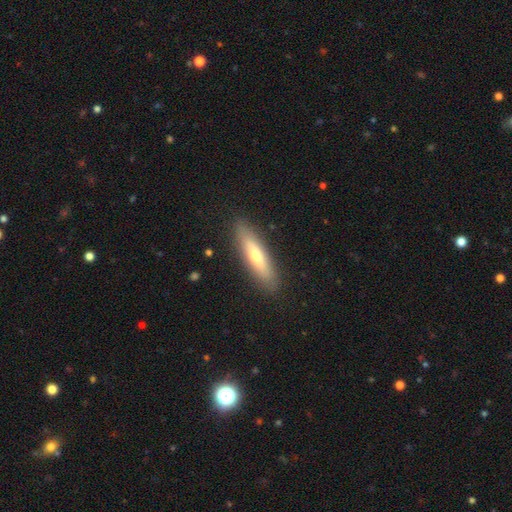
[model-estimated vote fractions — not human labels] This is possibly a smooth galaxy (58%). How rounded: likely cigar-shaped (74%). Merging: clearly none (88%).